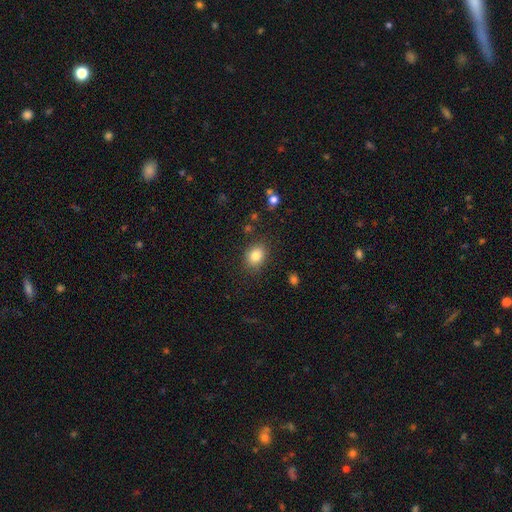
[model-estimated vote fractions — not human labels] Morphology: type=smooth (83%); roundness=in between (59%); merging=none (83%).